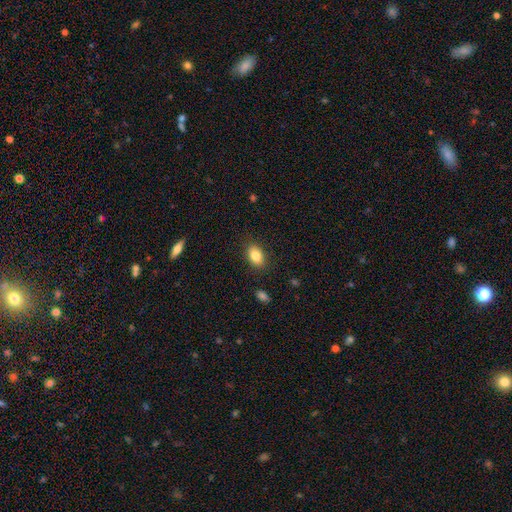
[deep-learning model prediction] Smooth or featured? Predicted: smooth (p=0.83). How rounded? Predicted: in between (p=0.84). Merging? Predicted: none (p=0.87).